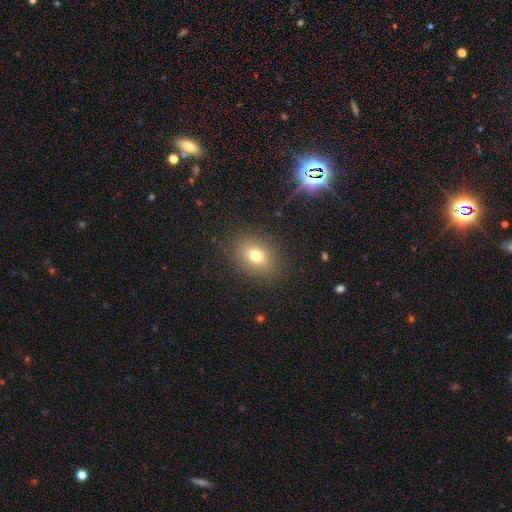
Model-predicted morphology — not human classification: type=smooth (74%); roundness=in between (60%); merging=none (86%).